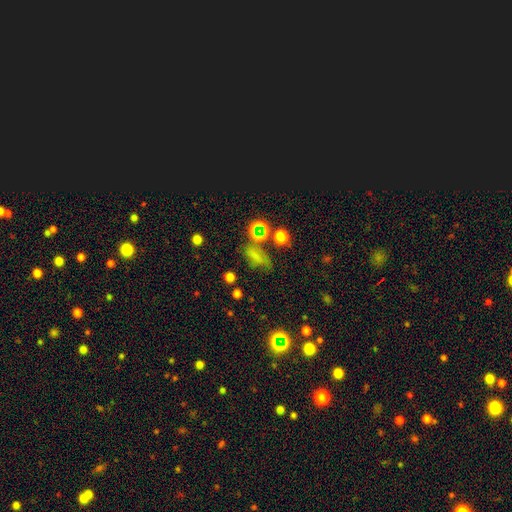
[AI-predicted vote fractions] Smooth or featured: smooth — 56% (star or artifact — 29%)
How rounded: in between — 65% (round — 26%)
Merging: none — 48% (minor disturbance — 22%)